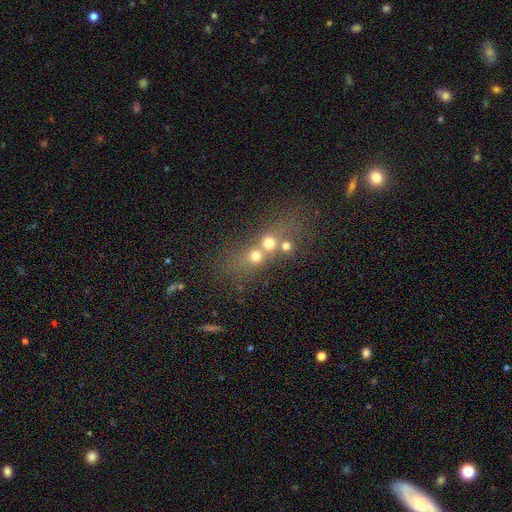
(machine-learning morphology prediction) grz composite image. It shows a smooth galaxy with no disk features (40%). Merging: merger (51%).